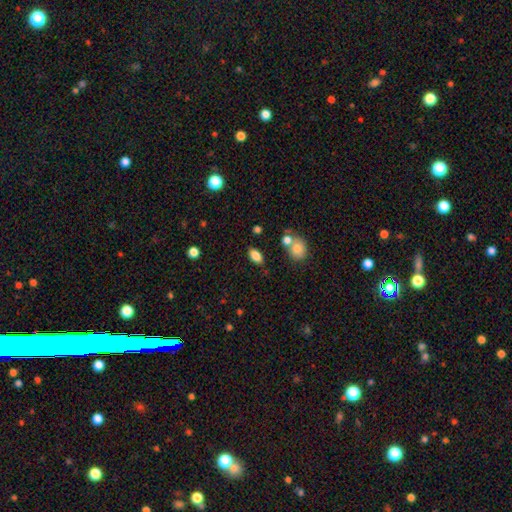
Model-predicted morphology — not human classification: A smooth galaxy with no disk features (84%) that is in between round and cigar-shaped (90%).

Vote fractions:
- Smooth or featured? smooth: 84% / star or artifact: 9% / featured or disk: 7%
- How rounded? in between: 90% / round: 6% / cigar-shaped: 4%
- Merging? none: 78% / minor disturbance: 11% / merger: 7% / major disturbance: 3%